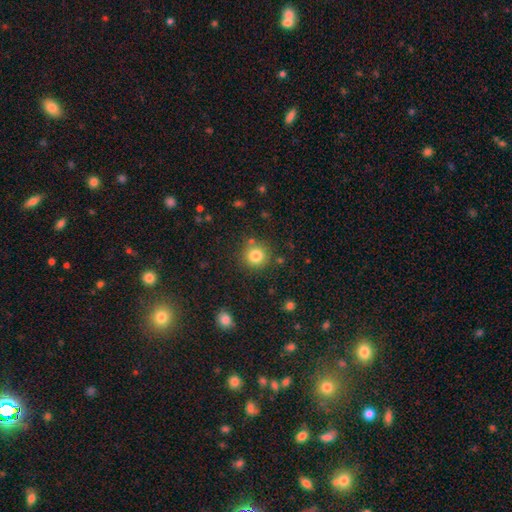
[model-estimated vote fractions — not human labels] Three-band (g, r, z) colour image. It shows a smooth galaxy with no disk features (81%) that is round (93%). Merging: none (82%).